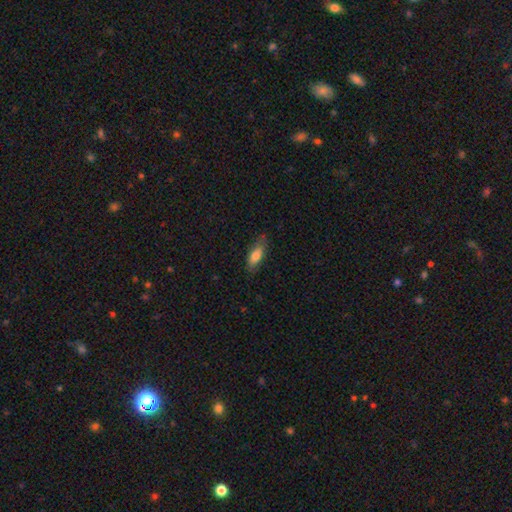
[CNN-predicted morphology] This is likely a smooth galaxy (76%). How rounded: likely in between (70%). Merging: likely none (74%).